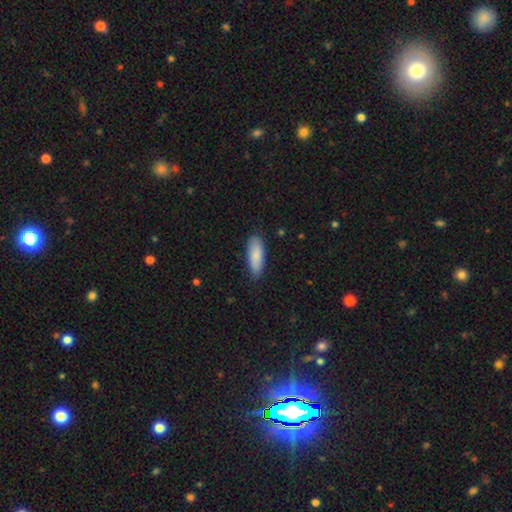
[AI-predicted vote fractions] Smooth or featured? smooth (87%)
How rounded? in between (65%)
Merging? none (84%)